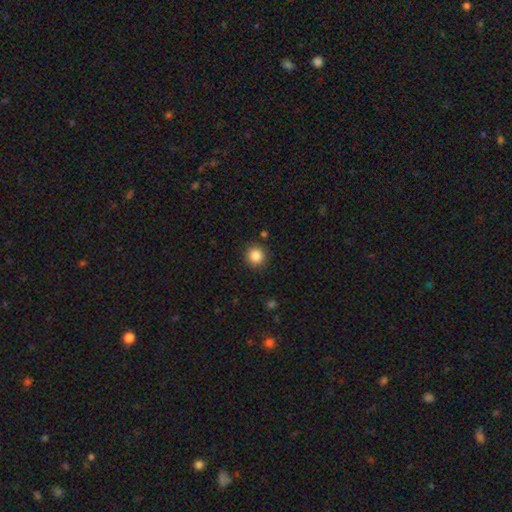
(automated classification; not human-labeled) This appears to be a smooth galaxy with no disk features (86%) that is round (93%). Merging: none (89%).